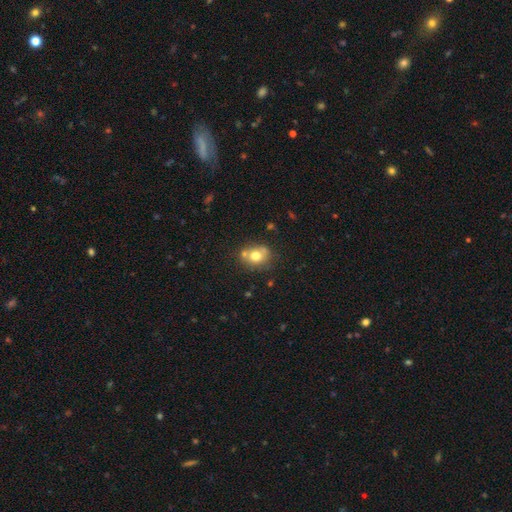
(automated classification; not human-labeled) Q: Smooth or featured?
A: smooth (71%); runner-up: featured or disk (18%)
Q: How rounded?
A: round (62%); runner-up: in between (37%)
Q: Merging?
A: none (57%); runner-up: merger (22%)